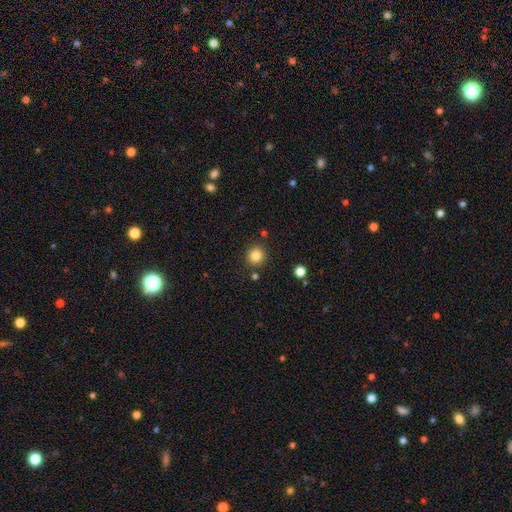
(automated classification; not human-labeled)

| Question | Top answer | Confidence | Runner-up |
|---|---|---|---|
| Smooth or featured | smooth | 83% | star or artifact (12%) |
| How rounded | round | 93% | in between (6%) |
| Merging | none | 88% | minor disturbance (7%) |